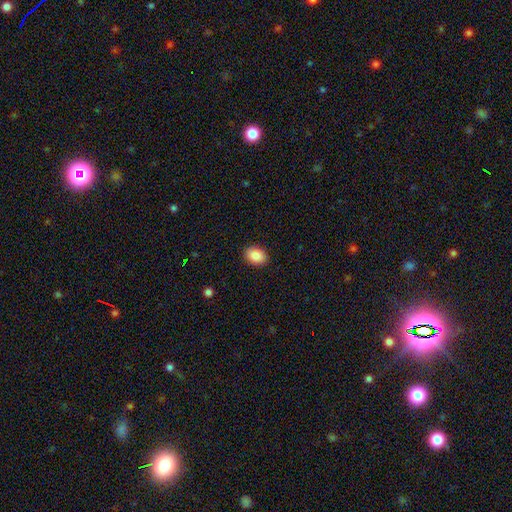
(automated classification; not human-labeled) Smooth or featured?
  - smooth: 88% *
  - star or artifact: 8%
  - featured or disk: 5%
How rounded?
  - in between: 75% *
  - round: 24%
  - cigar-shaped: 1%
Merging?
  - none: 90% *
  - minor disturbance: 7%
  - major disturbance: 2%
  - merger: 1%